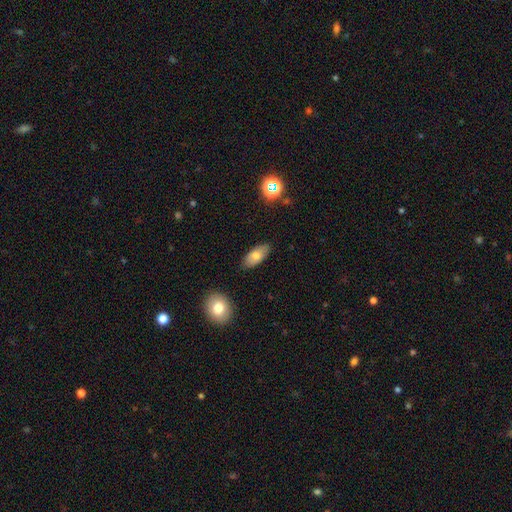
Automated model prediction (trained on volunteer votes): Smooth or featured? smooth (73%)
How rounded? in between (88%)
Merging? none (83%)